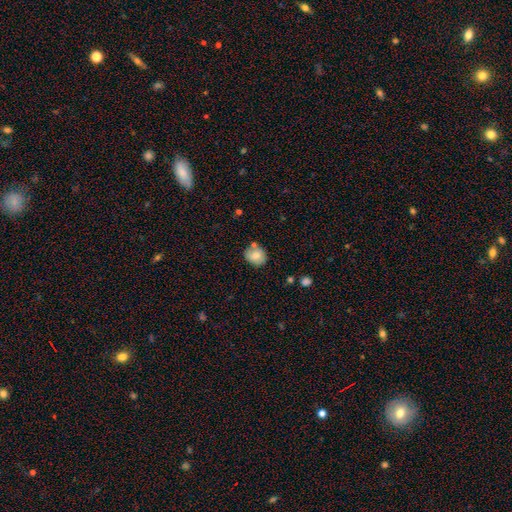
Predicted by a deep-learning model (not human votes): The model was most divided on "how rounded": round: 66%, in between: 33%, cigar-shaped: 1%. More confident: smooth or featured — smooth (76%); merging — none (67%).